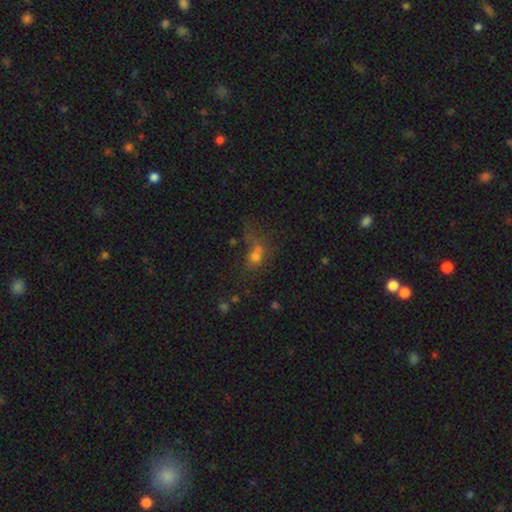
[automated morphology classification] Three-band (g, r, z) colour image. It shows a smooth galaxy with no disk features (59%) that is in between round and cigar-shaped (53%). Merging: none (32%).